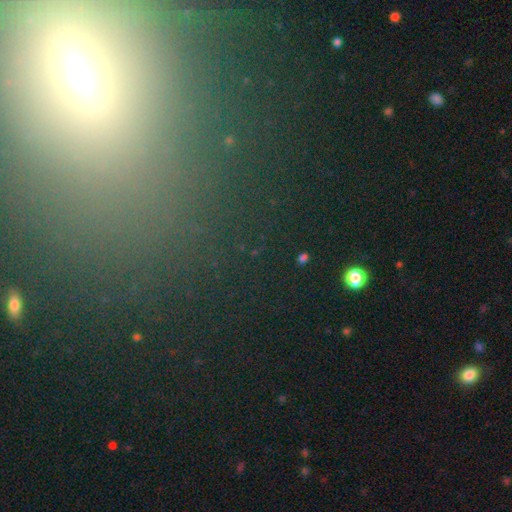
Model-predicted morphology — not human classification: The model was most divided on "smooth or featured": star or artifact: 70%, smooth: 18%, featured or disk: 12%.